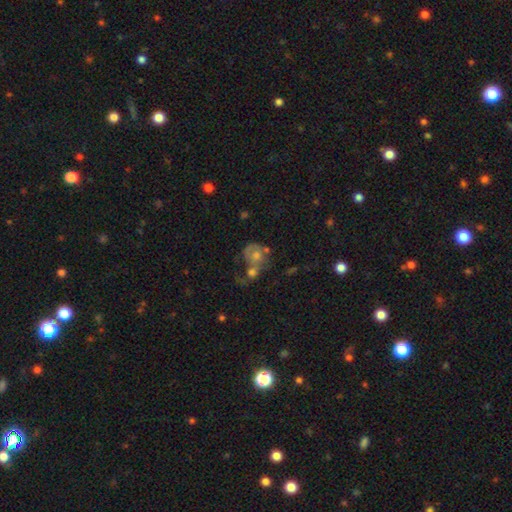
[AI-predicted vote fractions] Q: Smooth or featured?
A: featured or disk (45%); runner-up: smooth (39%)
Q: Merging?
A: merger (41%); runner-up: none (30%)